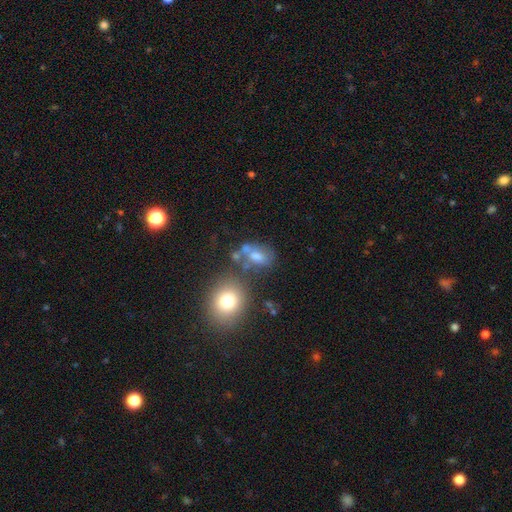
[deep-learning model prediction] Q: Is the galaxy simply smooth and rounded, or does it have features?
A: smooth — 62%.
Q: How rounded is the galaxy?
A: in between — 73%.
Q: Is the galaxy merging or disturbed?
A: none — 40%.